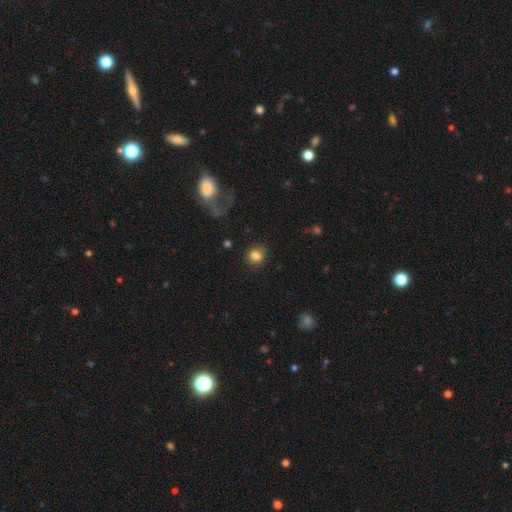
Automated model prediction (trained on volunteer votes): Smooth or featured? Predicted: smooth (p=0.83). How rounded? Predicted: round (p=0.72). Merging? Predicted: none (p=0.74).